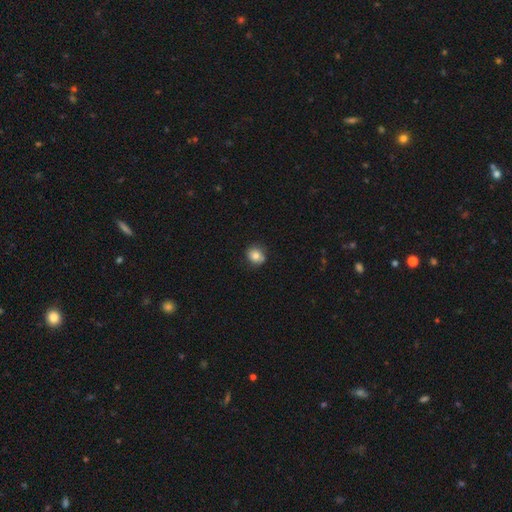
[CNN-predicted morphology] A smooth galaxy with no disk features (81%) that is round (76%). Merging: none (81%).